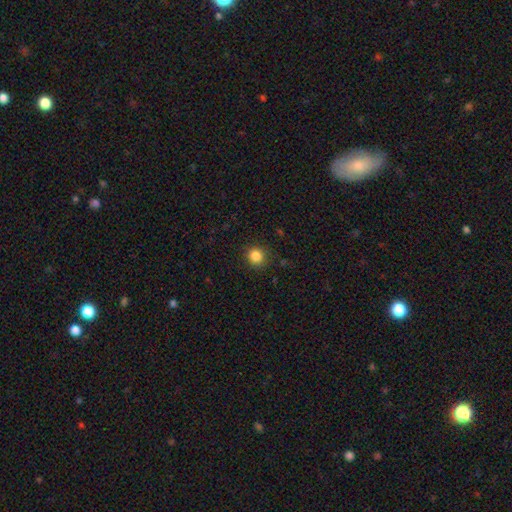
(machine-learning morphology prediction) This is clearly a smooth galaxy (85%). How rounded: clearly round (90%). Merging: clearly none (88%).